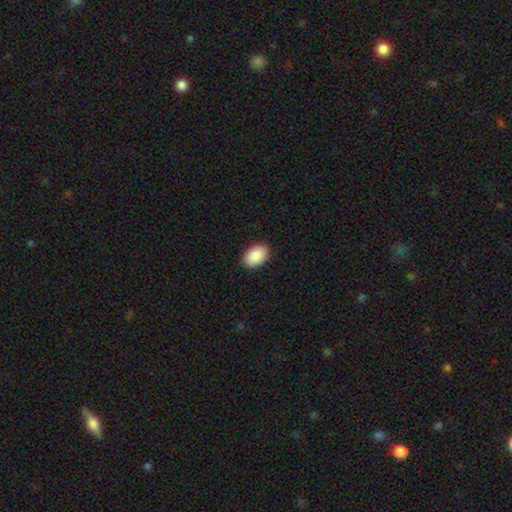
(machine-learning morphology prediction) This is clearly a smooth galaxy (90%). How rounded: clearly in between (91%). Merging: clearly none (90%).